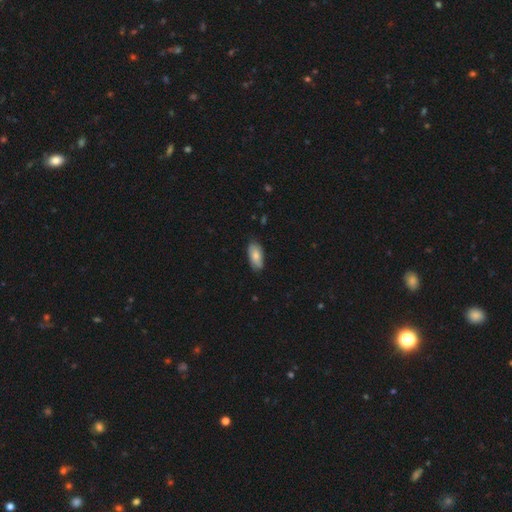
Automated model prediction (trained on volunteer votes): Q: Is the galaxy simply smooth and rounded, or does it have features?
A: smooth — 79%.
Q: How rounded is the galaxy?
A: in between — 90%.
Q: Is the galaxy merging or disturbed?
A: none — 79%.